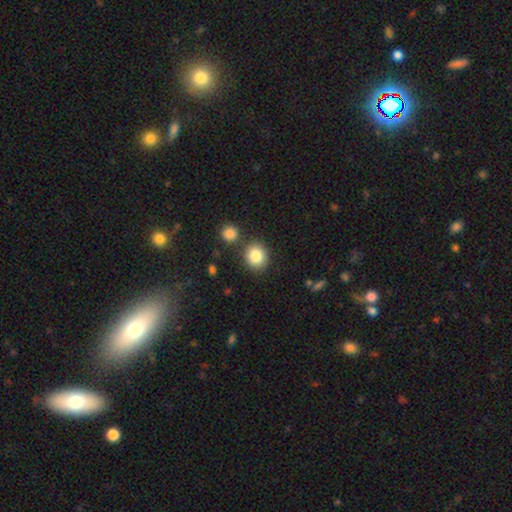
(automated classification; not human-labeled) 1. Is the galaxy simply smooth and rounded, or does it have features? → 85% smooth, 9% star or artifact, 6% featured or disk.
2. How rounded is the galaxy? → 77% round, 22% in between, 1% cigar-shaped.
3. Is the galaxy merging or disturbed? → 76% none, 11% merger, 9% minor disturbance, 3% major disturbance.